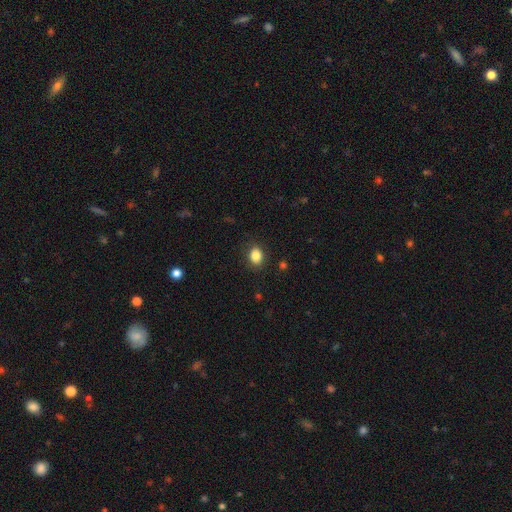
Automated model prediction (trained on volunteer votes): A smooth galaxy with no disk features (85%) that is in between round and cigar-shaped (57%). Merging: none (87%).